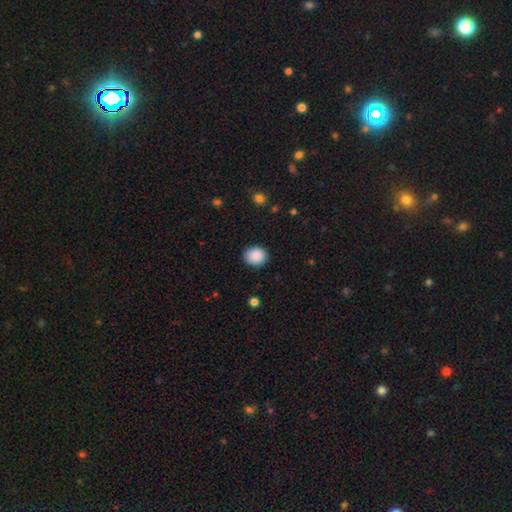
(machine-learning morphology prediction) Smooth or featured: smooth — 89% (star or artifact — 8%)
How rounded: round — 66% (in between — 33%)
Merging: none — 88% (minor disturbance — 9%)